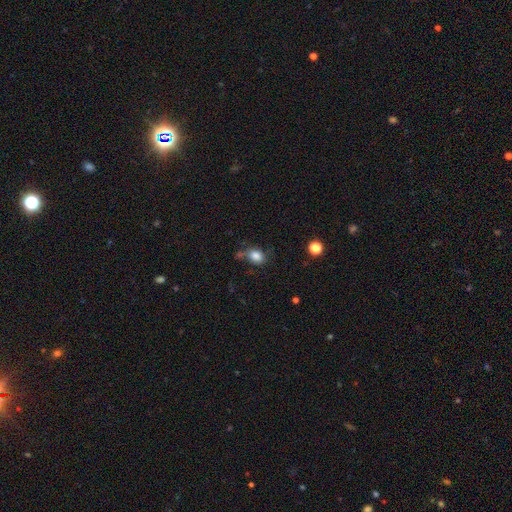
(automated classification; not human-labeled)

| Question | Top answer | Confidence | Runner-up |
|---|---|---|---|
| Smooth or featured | smooth | 83% | star or artifact (11%) |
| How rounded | in between | 53% | round (45%) |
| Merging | none | 55% | minor disturbance (25%) |